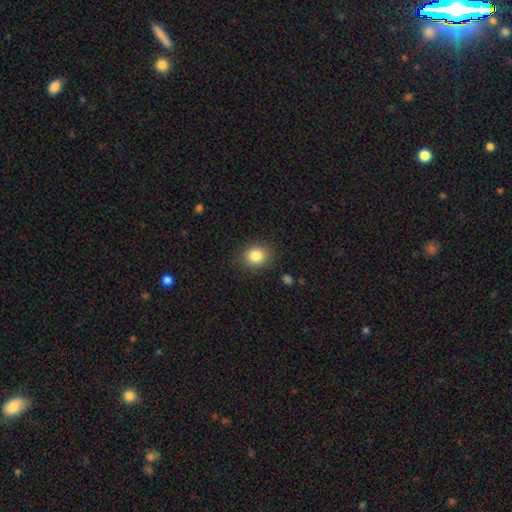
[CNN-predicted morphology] smooth_or_featured: smooth (p=0.84) [alt: star or artifact p=0.10]
how_rounded: round (p=0.72) [alt: in between p=0.27]
merging: none (p=0.87) [alt: minor disturbance p=0.09]